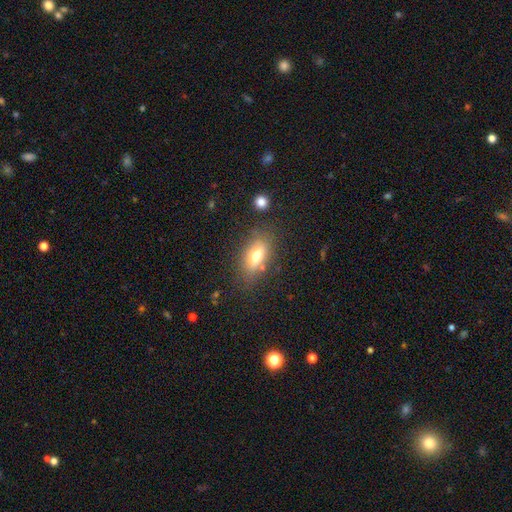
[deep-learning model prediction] This appears to be a smooth galaxy with no disk features (71%) that is in between round and cigar-shaped (84%). Merging: none (74%).